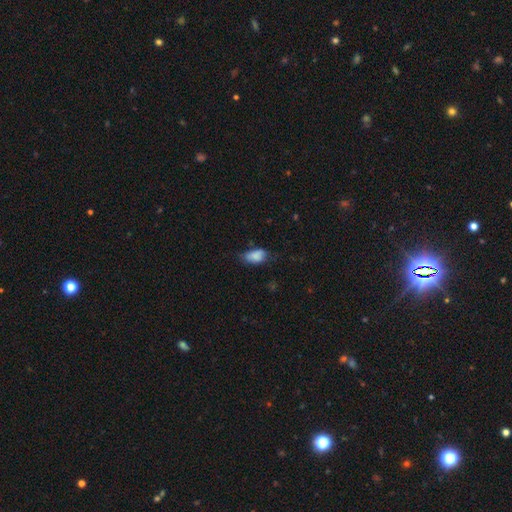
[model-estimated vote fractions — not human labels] Smooth or featured?
  - smooth: 83% *
  - featured or disk: 9%
  - star or artifact: 8%
How rounded?
  - in between: 90% *
  - round: 7%
  - cigar-shaped: 3%
Merging?
  - none: 52% *
  - minor disturbance: 36%
  - major disturbance: 10%
  - merger: 2%